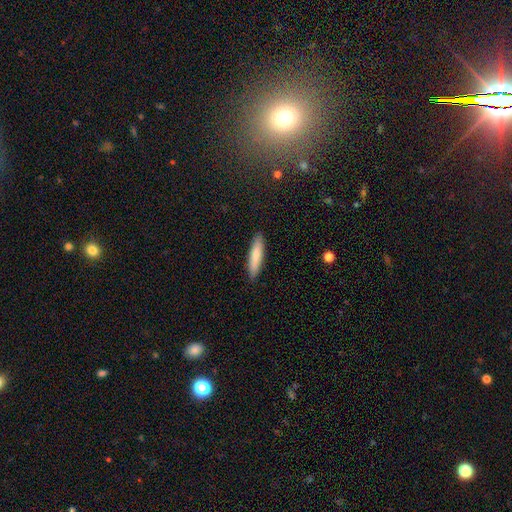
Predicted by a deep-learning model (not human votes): This is likely a smooth galaxy (78%). How rounded: clearly cigar-shaped (80%). Merging: clearly none (90%).